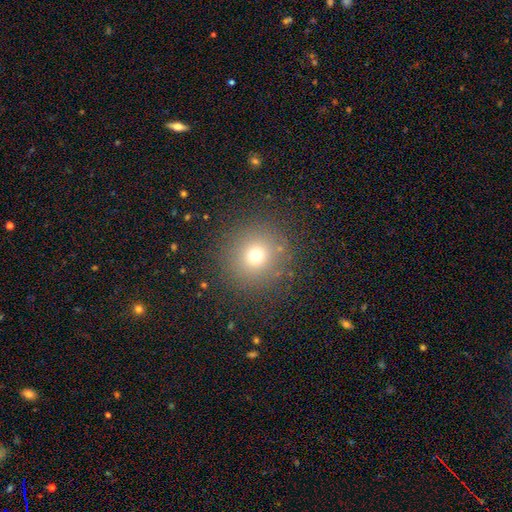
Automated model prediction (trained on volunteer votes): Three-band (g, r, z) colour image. It shows a smooth galaxy with no disk features (69%) that is round (94%). Merging: none (87%).